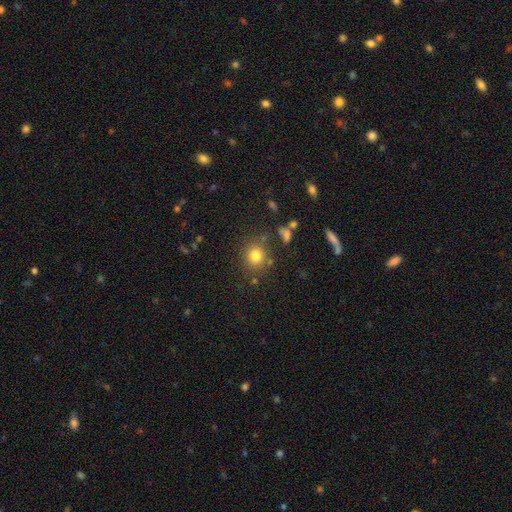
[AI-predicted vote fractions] Smooth or featured: smooth — 79% (star or artifact — 14%)
How rounded: round — 81% (in between — 18%)
Merging: none — 79% (minor disturbance — 11%)